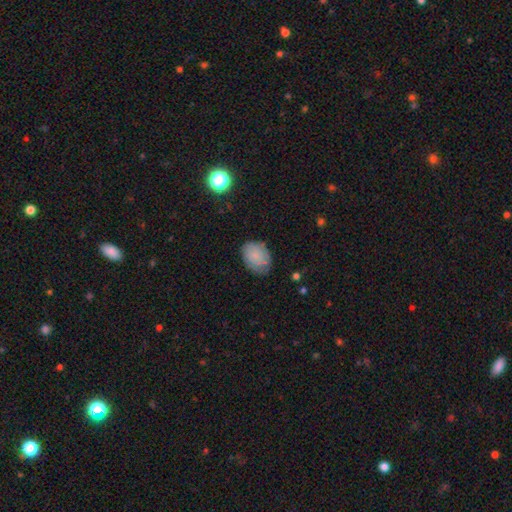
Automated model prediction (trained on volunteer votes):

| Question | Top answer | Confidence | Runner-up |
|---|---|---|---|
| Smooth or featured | smooth | 77% | featured or disk (15%) |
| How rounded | in between | 73% | round (26%) |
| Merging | none | 70% | minor disturbance (23%) |